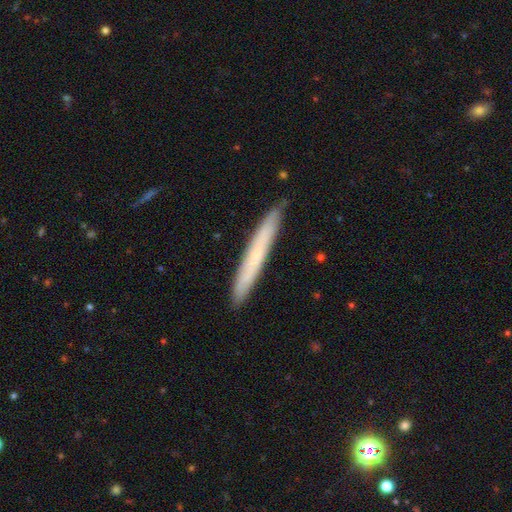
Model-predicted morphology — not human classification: smooth 55%, featured or disk 39%, star or artifact 6%. Down the decision tree: how rounded — cigar-shaped (96%); merging — none (88%).